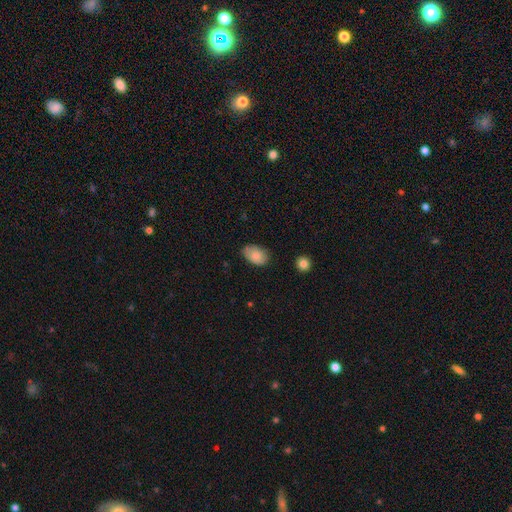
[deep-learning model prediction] A smooth galaxy with no disk features (83%) that is in between round and cigar-shaped (88%).

Vote fractions:
- Smooth or featured? smooth: 83% / featured or disk: 10% / star or artifact: 7%
- How rounded? in between: 88% / round: 11% / cigar-shaped: 1%
- Merging? none: 71% / minor disturbance: 23% / major disturbance: 4% / merger: 2%